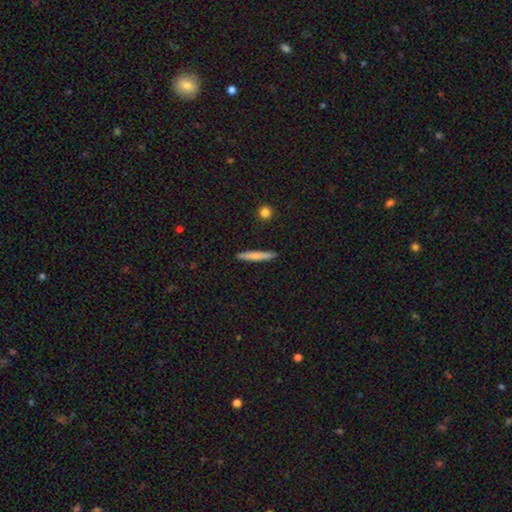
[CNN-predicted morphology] type=smooth (72%); roundness=cigar-shaped (94%); merging=none (90%).